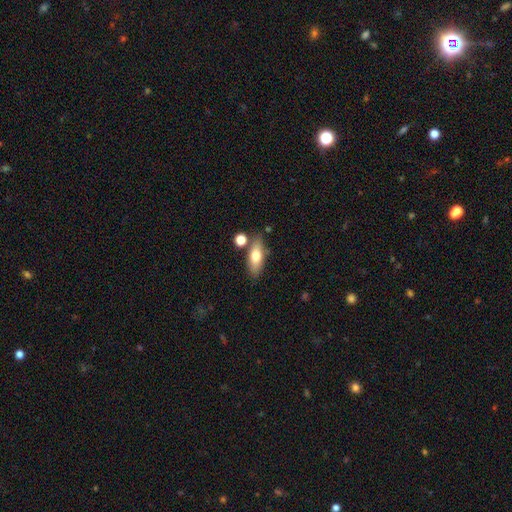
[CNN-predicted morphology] smooth-or-featured: smooth: 71% | featured or disk: 22% | star or artifact: 7%
  how-rounded: in between: 69% | cigar-shaped: 26% | round: 4%
  merging: none: 74% | minor disturbance: 13% | merger: 10% | major disturbance: 3%